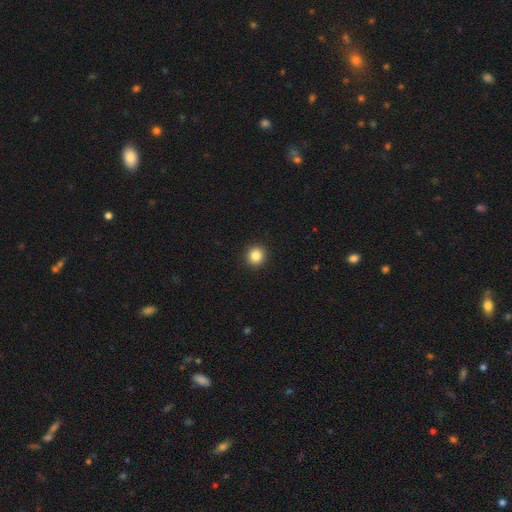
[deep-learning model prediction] A smooth galaxy with no disk features (85%) that is round (93%). Merging: none (93%).